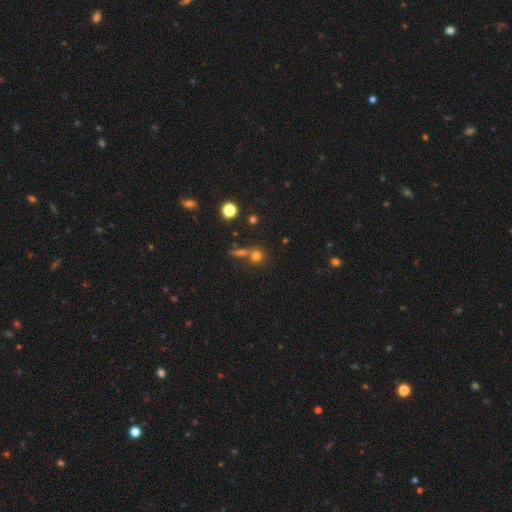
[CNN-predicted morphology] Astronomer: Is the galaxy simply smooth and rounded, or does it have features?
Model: smooth — 70%.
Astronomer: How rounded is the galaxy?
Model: round — 86%.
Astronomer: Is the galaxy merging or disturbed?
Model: none — 59%.